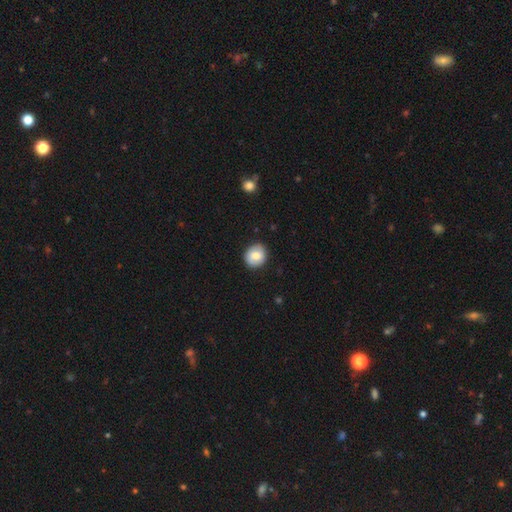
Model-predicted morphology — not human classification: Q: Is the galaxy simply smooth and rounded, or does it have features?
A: smooth — 75%.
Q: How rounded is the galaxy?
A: round — 78%.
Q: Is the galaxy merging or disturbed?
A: none — 88%.